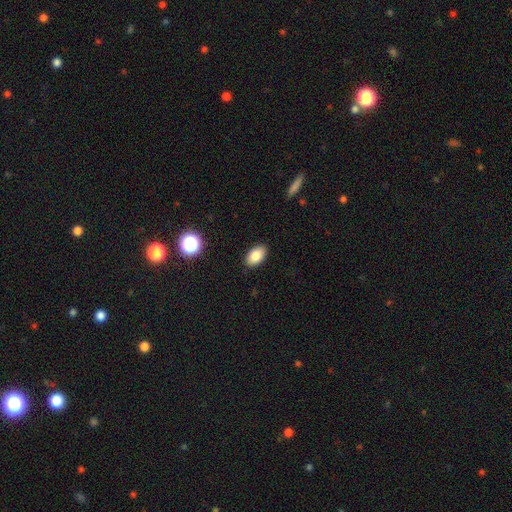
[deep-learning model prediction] This appears to be a smooth galaxy with no disk features (84%) that is in between round and cigar-shaped (91%). Merging: none (89%).